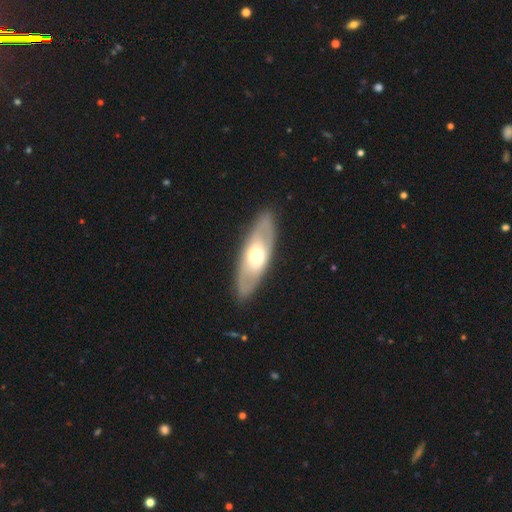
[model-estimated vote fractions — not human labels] Morphology: type=featured or disk (55%); edge-on=no (74%); merging=none (86%).